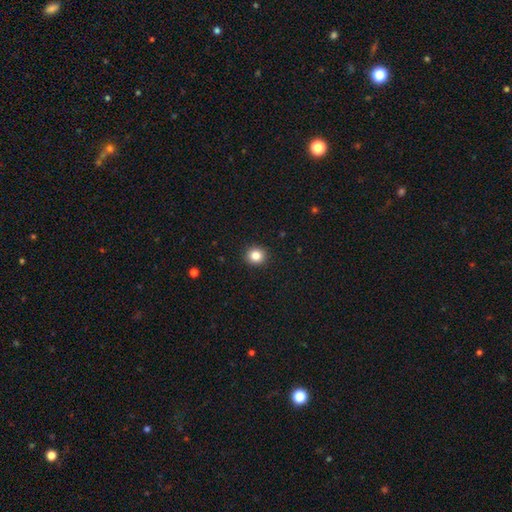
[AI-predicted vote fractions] A smooth galaxy with no disk features (84%) that is round (90%).

Vote fractions:
- Smooth or featured? smooth: 84% / star or artifact: 11% / featured or disk: 5%
- How rounded? round: 90% / in between: 9% / cigar-shaped: 1%
- Merging? none: 92% / minor disturbance: 5% / major disturbance: 2% / merger: 1%